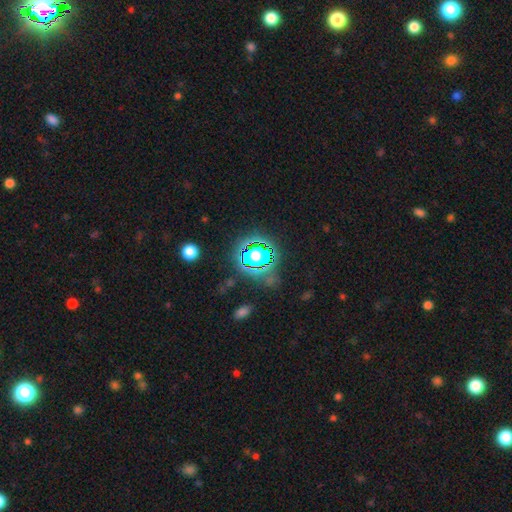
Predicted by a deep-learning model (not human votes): smooth-or-featured: star or artifact: 79% | smooth: 13% | featured or disk: 8%